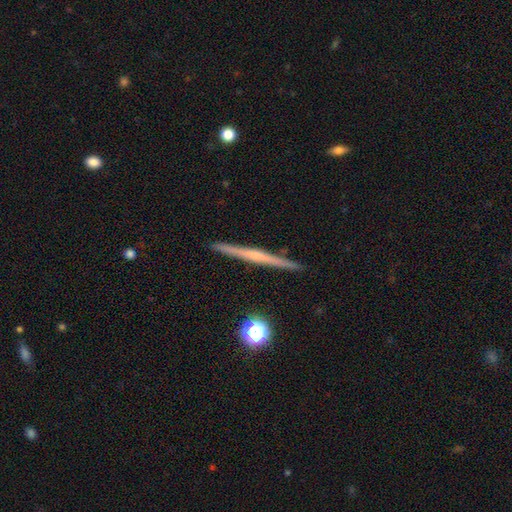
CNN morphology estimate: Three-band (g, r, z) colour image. It shows a featured or disk galaxy (66%) viewed edge-on (98%) with no central bulge (57%). Merging: none (92%).